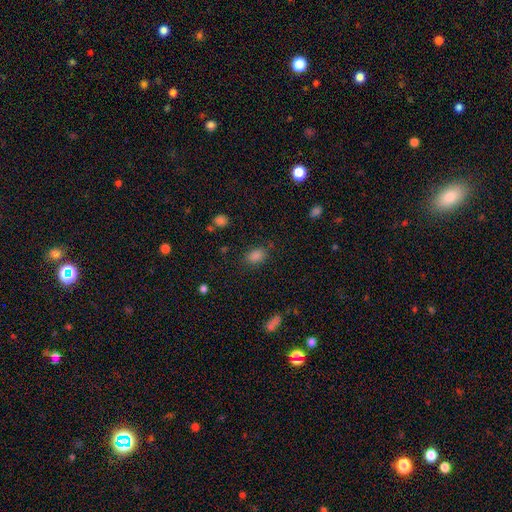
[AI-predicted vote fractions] smooth-or-featured: smooth: 83% | star or artifact: 13% | featured or disk: 4%
  how-rounded: in between: 79% | round: 19% | cigar-shaped: 2%
  merging: none: 80% | minor disturbance: 13% | major disturbance: 4% | merger: 2%